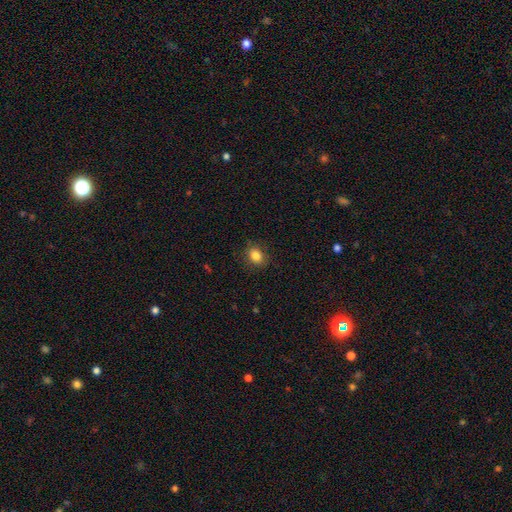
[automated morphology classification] Smooth or featured: smooth — 85% (star or artifact — 10%)
How rounded: in between — 50% (round — 49%)
Merging: none — 87% (minor disturbance — 10%)